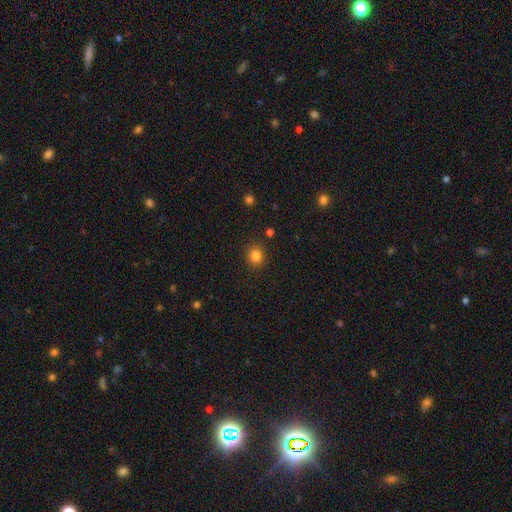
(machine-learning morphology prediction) This appears to be a smooth galaxy with no disk features (83%) that is round (78%). Merging: none (88%).